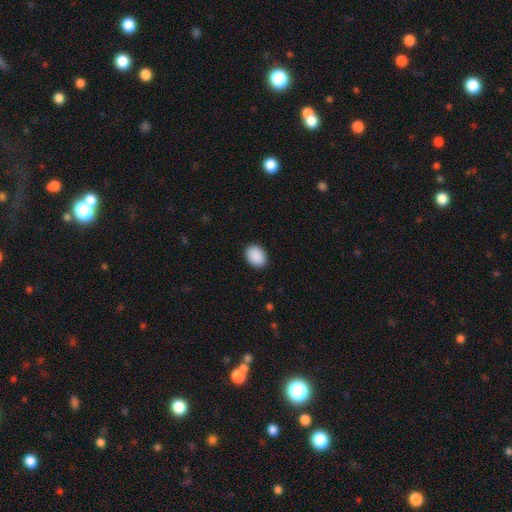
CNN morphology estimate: This is clearly a smooth galaxy (91%). How rounded: likely in between (73%). Merging: clearly none (90%).